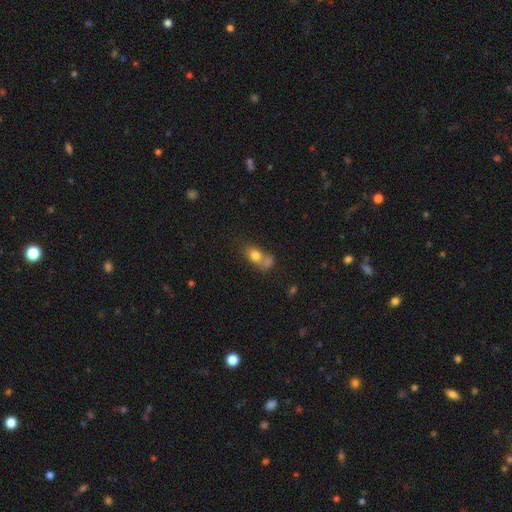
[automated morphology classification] The model was most divided on "how rounded": in between: 53%, round: 44%, cigar-shaped: 3%. Remaining: smooth or featured — smooth (74%); merging — merger (49%).